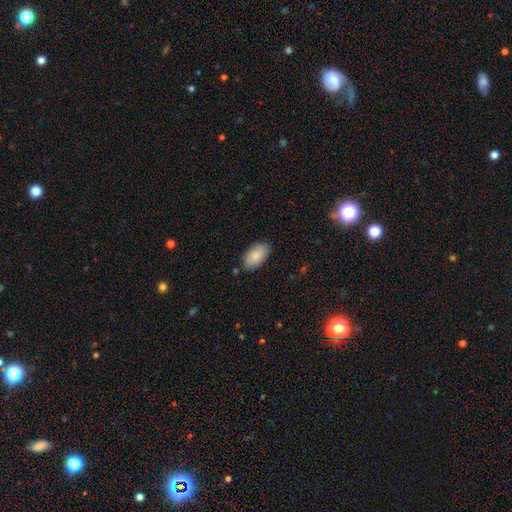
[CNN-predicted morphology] smooth_or_featured: smooth (p=0.86) [alt: featured or disk p=0.08]
how_rounded: in between (p=0.95) [alt: round p=0.03]
merging: none (p=0.83) [alt: minor disturbance p=0.13]